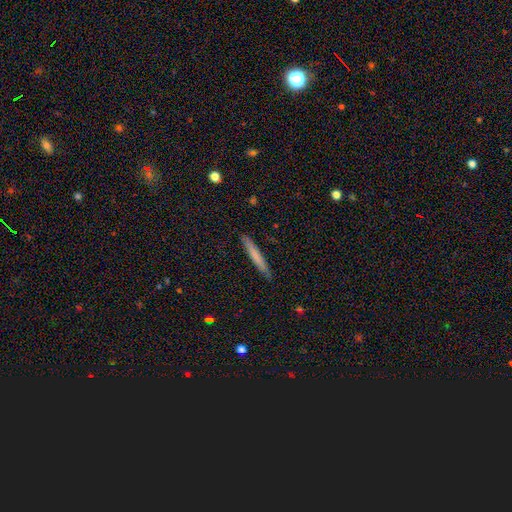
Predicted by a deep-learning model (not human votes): Q: Smooth or featured?
A: smooth (70%); runner-up: featured or disk (24%)
Q: How rounded?
A: cigar-shaped (96%); runner-up: in between (3%)
Q: Merging?
A: none (89%); runner-up: minor disturbance (9%)